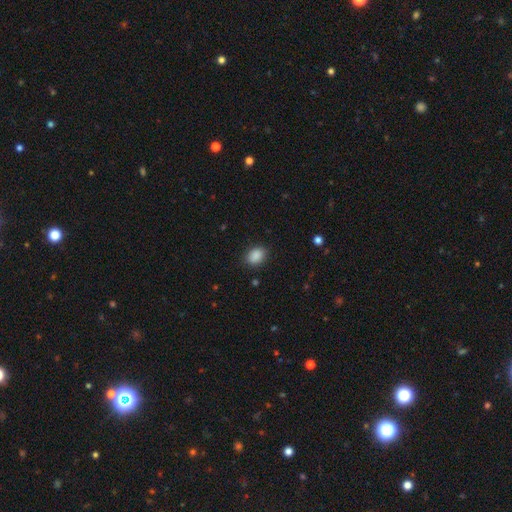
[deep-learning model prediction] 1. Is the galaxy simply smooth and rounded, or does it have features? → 88% smooth, 9% star or artifact, 3% featured or disk.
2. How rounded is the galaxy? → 66% in between, 33% round, 1% cigar-shaped.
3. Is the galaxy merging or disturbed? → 84% none, 11% minor disturbance, 3% major disturbance, 1% merger.